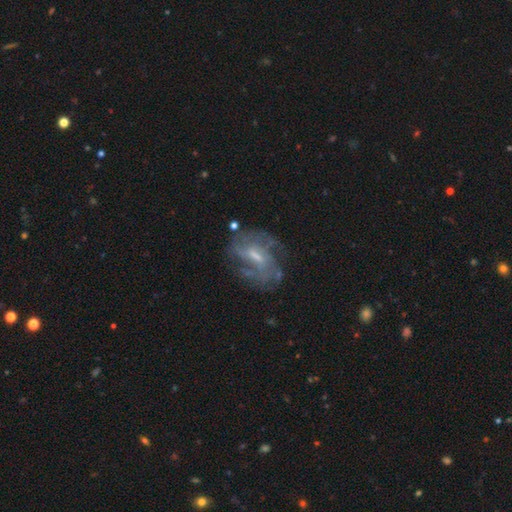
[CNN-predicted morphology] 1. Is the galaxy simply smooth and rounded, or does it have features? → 74% featured or disk, 16% smooth, 9% star or artifact.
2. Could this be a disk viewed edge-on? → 96% no, 4% yes.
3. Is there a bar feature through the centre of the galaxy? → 53% weak, 33% no, 15% strong.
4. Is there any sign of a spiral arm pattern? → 77% yes, 23% no.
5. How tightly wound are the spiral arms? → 42% medium, 35% tight, 23% loose.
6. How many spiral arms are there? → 44% can't tell, 21% 2, 16% 3, 9% 4, 5% 1, 4% more than 4.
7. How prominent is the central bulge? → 45% small, 40% moderate, 11% none, 3% large, 1% dominant.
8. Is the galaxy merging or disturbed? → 59% none, 20% minor disturbance, 17% major disturbance, 4% merger.